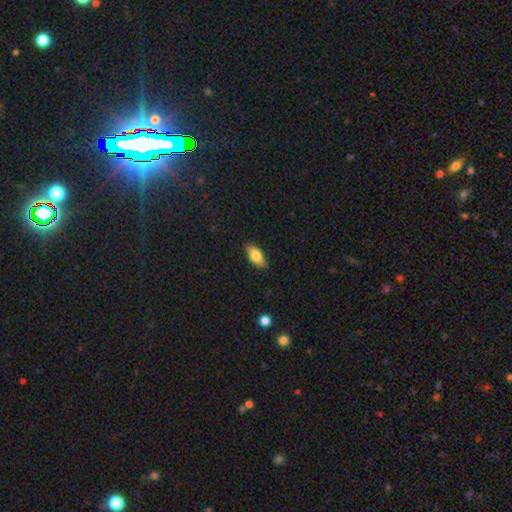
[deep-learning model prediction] Smooth or featured?
  - smooth: 78% *
  - featured or disk: 15%
  - star or artifact: 7%
How rounded?
  - in between: 88% *
  - cigar-shaped: 9%
  - round: 3%
Merging?
  - none: 86% *
  - minor disturbance: 11%
  - major disturbance: 2%
  - merger: 1%